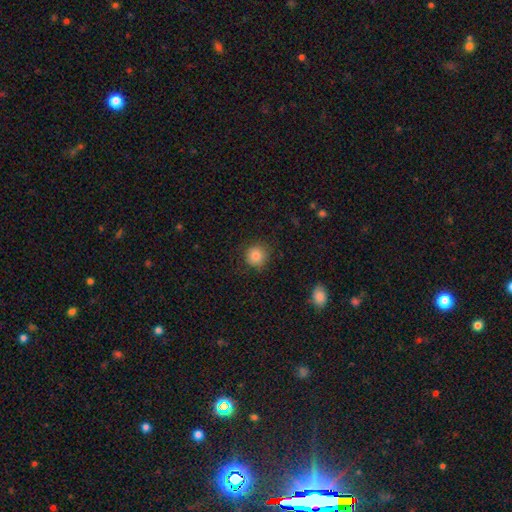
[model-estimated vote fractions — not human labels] smooth_or_featured: smooth (p=0.82) [alt: star or artifact p=0.11]
how_rounded: round (p=0.91) [alt: in between p=0.08]
merging: none (p=0.84) [alt: minor disturbance p=0.12]